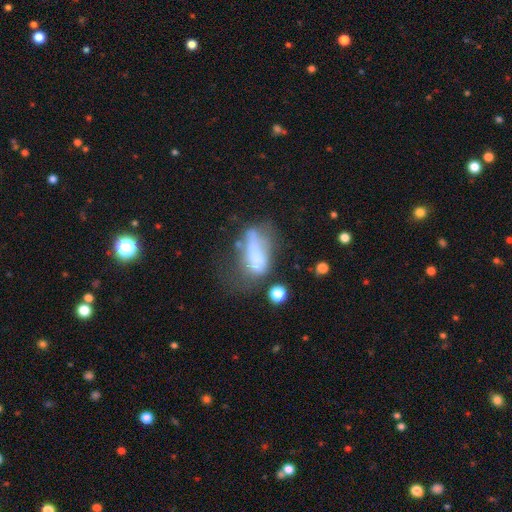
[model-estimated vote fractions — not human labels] This is possibly a smooth galaxy (52%). How rounded: likely in between (74%). Merging: marginally major disturbance (39%).